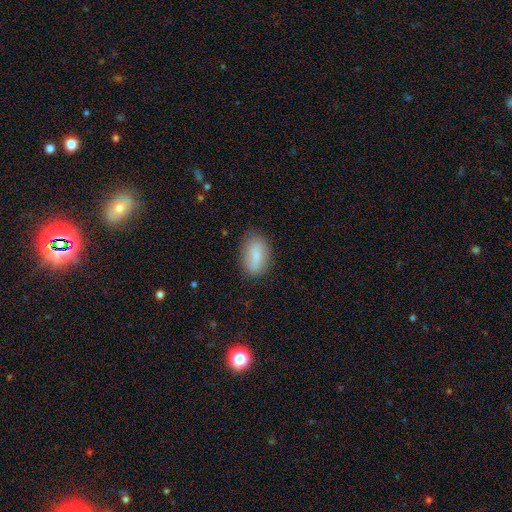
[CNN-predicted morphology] Overall: smooth (81%). How rounded: in between (90%). Merging: none (77%).